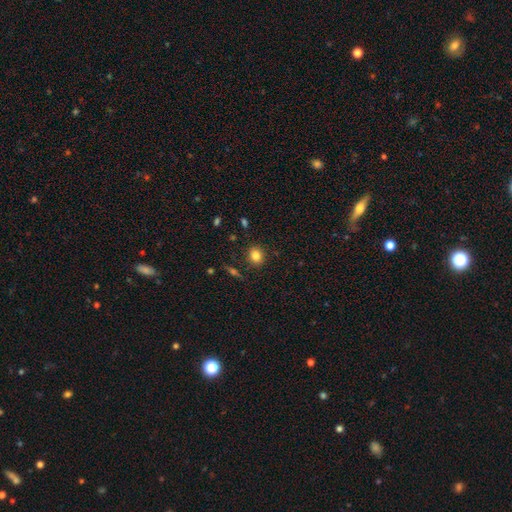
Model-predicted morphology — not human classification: type=smooth (82%); roundness=round (72%); merging=none (87%).